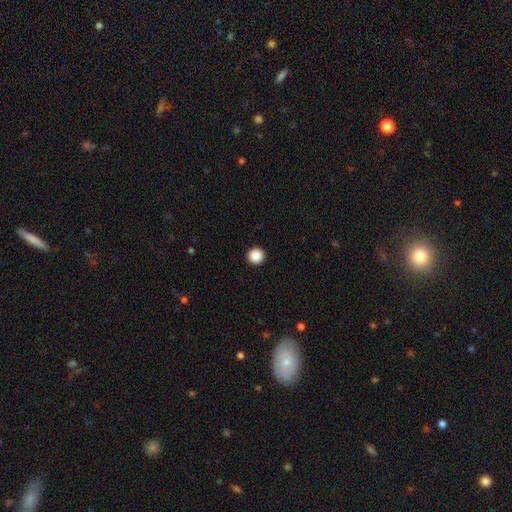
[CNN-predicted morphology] Overall: smooth (89%). How rounded: round (96%). Merging: none (94%).